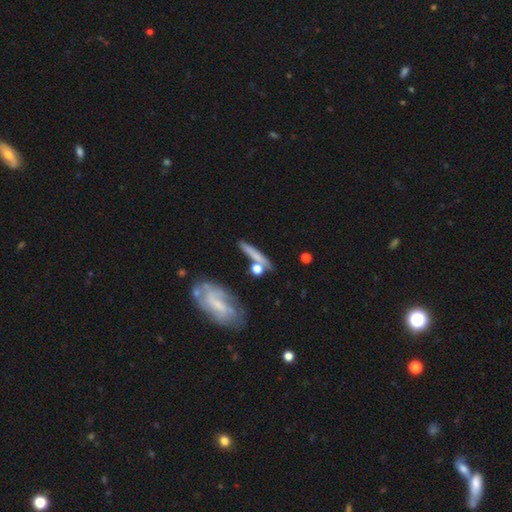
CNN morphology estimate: Smooth or featured? Predicted: smooth (p=0.55). How rounded? Predicted: cigar-shaped (p=0.76). Merging? Predicted: none (p=0.69).